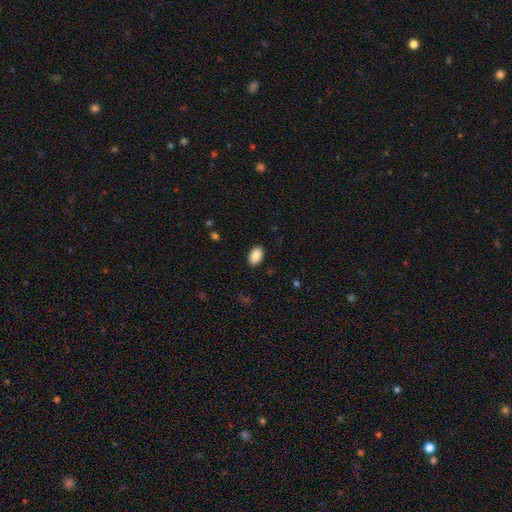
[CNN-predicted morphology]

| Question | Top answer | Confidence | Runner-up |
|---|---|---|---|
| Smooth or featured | smooth | 89% | star or artifact (7%) |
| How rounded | in between | 91% | round (8%) |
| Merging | none | 89% | minor disturbance (8%) |